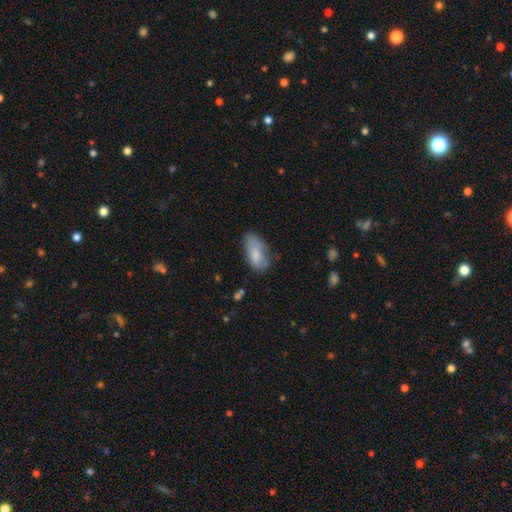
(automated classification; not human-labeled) A smooth galaxy with no disk features (75%) that is in between round and cigar-shaped (89%). Merging: none (49%).